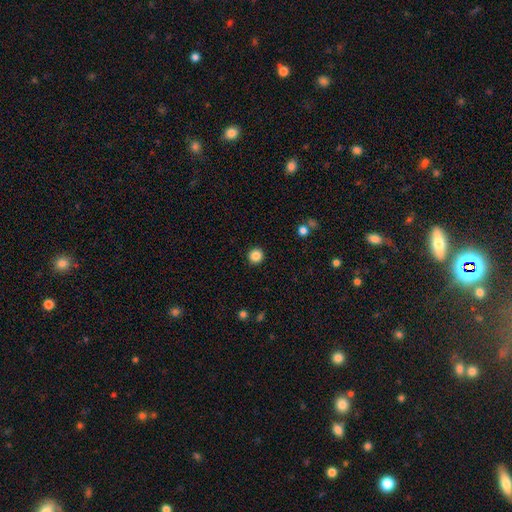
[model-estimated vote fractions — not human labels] smooth_or_featured: smooth (p=0.85) [alt: star or artifact p=0.11]
how_rounded: round (p=0.93) [alt: in between p=0.06]
merging: none (p=0.93) [alt: minor disturbance p=0.04]